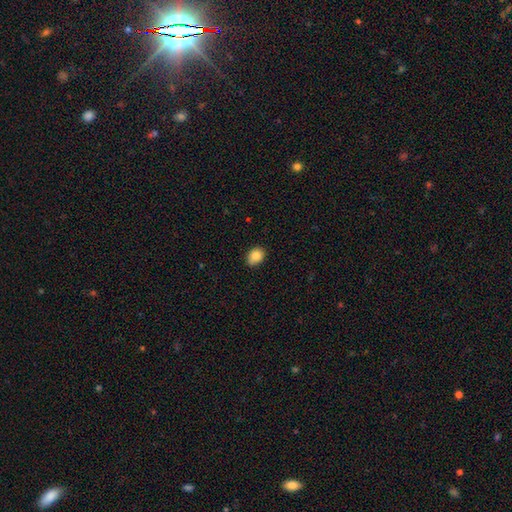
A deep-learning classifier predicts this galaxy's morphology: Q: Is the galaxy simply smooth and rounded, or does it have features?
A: smooth — 84%.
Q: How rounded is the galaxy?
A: in between — 60%.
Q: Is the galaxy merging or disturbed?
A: none — 77%.